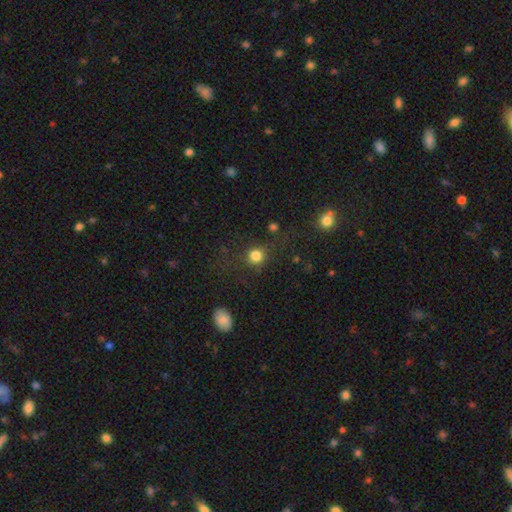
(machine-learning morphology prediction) type=smooth (80%); roundness=round (88%); merging=none (76%).